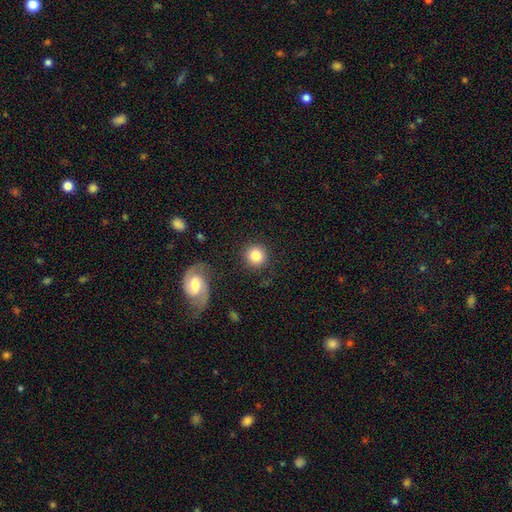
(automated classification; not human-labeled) Smooth or featured? smooth (83%)
How rounded? round (92%)
Merging? none (86%)